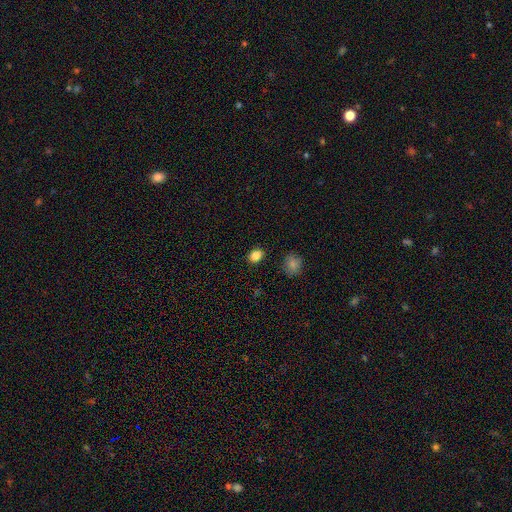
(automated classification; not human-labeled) Morphology: type=smooth (85%); roundness=in between (58%); merging=none (88%).